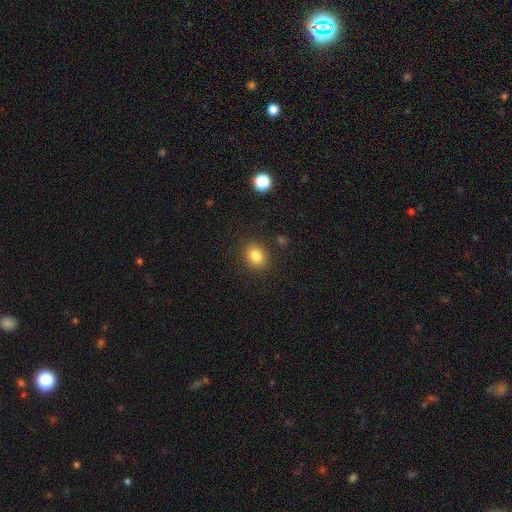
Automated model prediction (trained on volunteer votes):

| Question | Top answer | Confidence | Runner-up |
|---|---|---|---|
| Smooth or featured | smooth | 83% | star or artifact (11%) |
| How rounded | round | 60% | in between (39%) |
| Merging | none | 87% | minor disturbance (8%) |